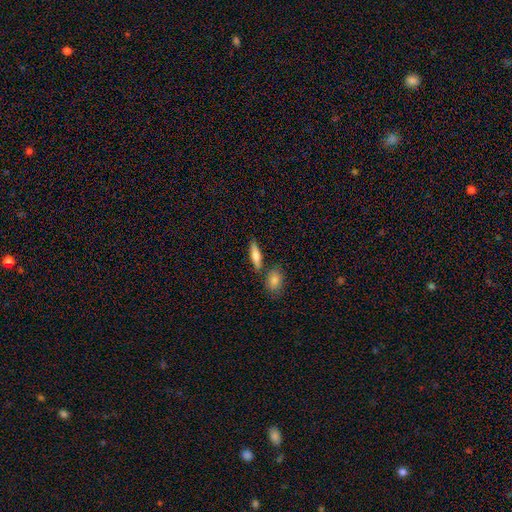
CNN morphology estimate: smooth_or_featured: smooth (p=0.73) [alt: featured or disk p=0.20]
how_rounded: cigar-shaped (p=0.51) [alt: in between p=0.45]
merging: none (p=0.72) [alt: merger p=0.13]